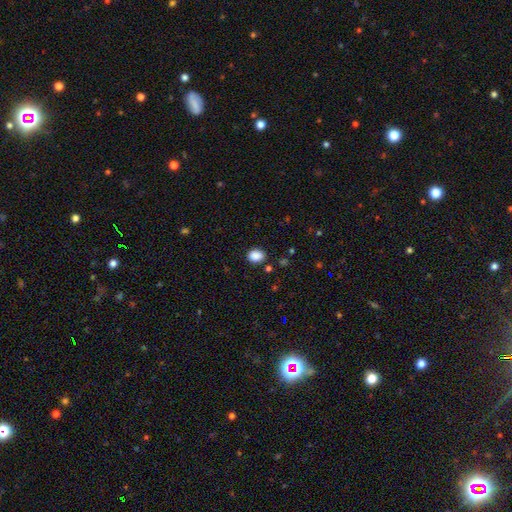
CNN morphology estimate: Smooth or featured: smooth — 88% (star or artifact — 9%)
How rounded: in between — 60% (round — 39%)
Merging: none — 85% (minor disturbance — 10%)